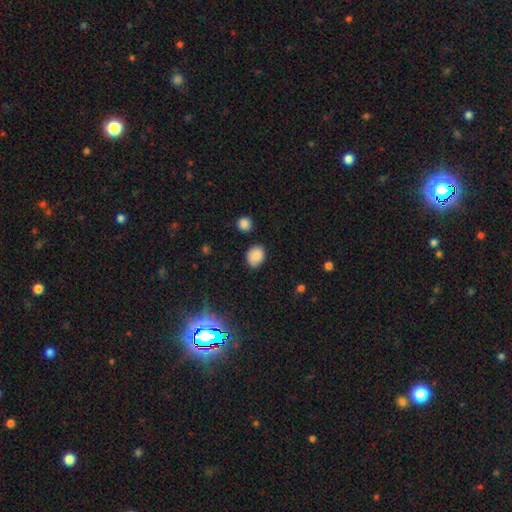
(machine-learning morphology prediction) A smooth galaxy with no disk features (84%) that is in between round and cigar-shaped (58%). Merging: none (76%).